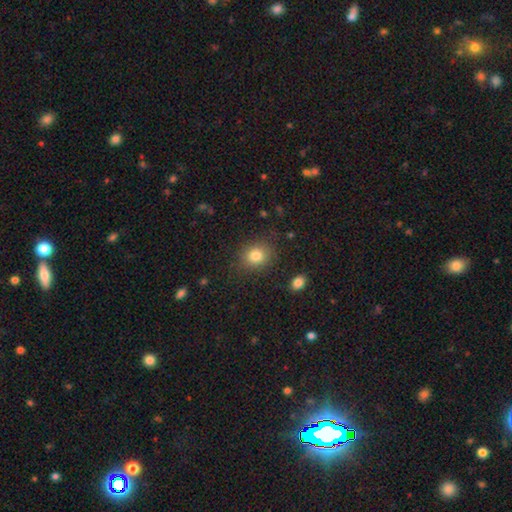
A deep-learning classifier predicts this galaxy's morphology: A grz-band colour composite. It shows a smooth galaxy with no disk features (81%) that is round (69%). Merging: none (85%).